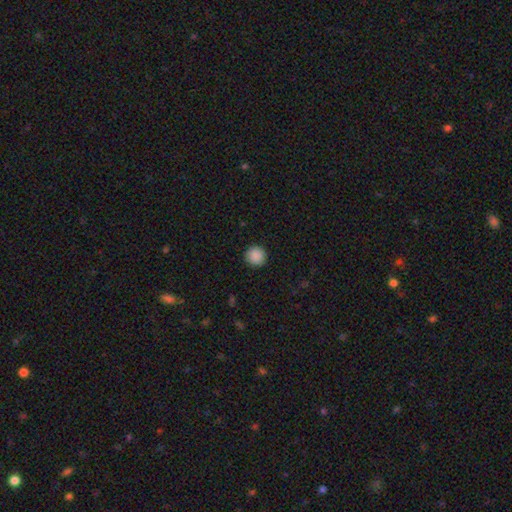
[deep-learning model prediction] Morphology: type=smooth (89%); roundness=round (95%); merging=none (92%).